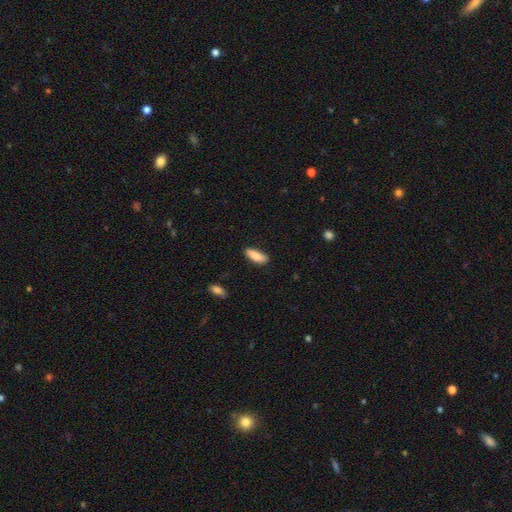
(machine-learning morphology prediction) A smooth galaxy with no disk features (87%) that is in between round and cigar-shaped (62%). Merging: none (84%).